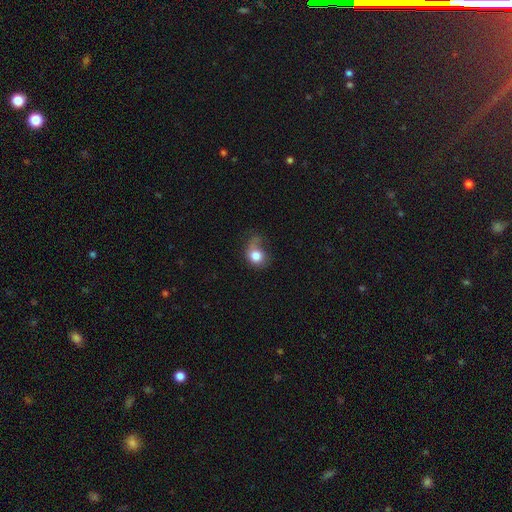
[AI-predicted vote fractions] Morphology: type=smooth (78%); roundness=round (59%); merging=major disturbance (33%).